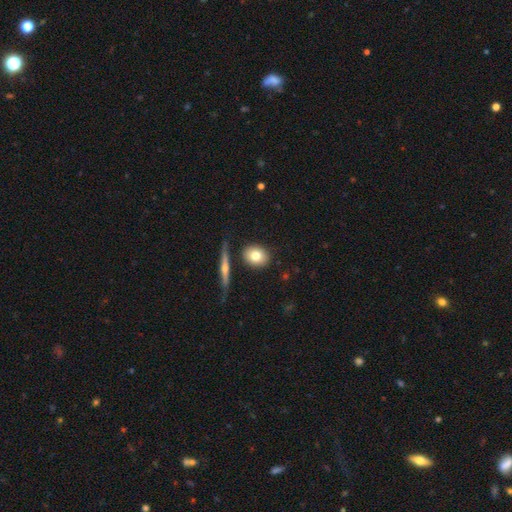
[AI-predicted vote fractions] smooth 77%, featured or disk 16%, star or artifact 7%. Down the decision tree: how rounded — round (52%); merging — none (81%).